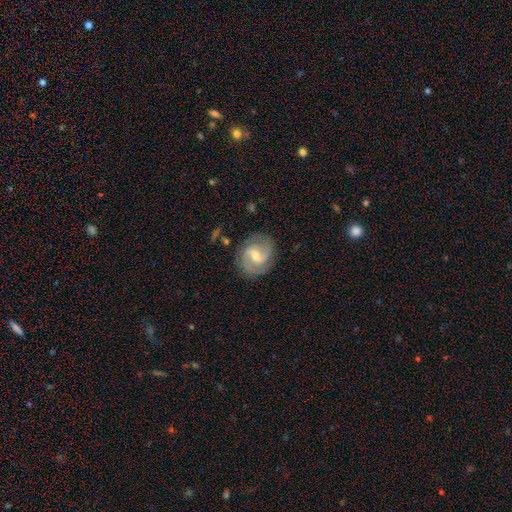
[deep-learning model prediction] Smooth or featured?
  - featured or disk: 79% *
  - smooth: 16%
  - star or artifact: 6%
Edge-on disk?
  - no: 97% *
  - yes: 3%
Bar?
  - weak: 58% *
  - strong: 25%
  - no: 17%
Spiral arms?
  - yes: 92% *
  - no: 8%
Spiral winding?
  - medium: 50% *
  - tight: 28%
  - loose: 23%
Spiral arm count?
  - 2: 81% *
  - can't tell: 9%
  - 3: 5%
  - 1: 2%
  - 4: 1%
  - more than 4: 1%
Bulge size?
  - moderate: 53% *
  - small: 42%
  - large: 3%
  - none: 2%
  - dominant: 1%
Merging?
  - none: 80% *
  - minor disturbance: 14%
  - major disturbance: 5%
  - merger: 1%